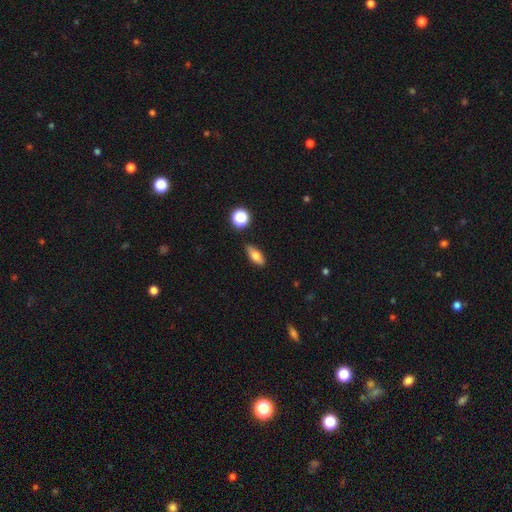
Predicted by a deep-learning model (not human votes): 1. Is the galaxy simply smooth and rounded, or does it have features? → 75% smooth, 16% featured or disk, 9% star or artifact.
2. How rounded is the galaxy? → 78% in between, 16% cigar-shaped, 6% round.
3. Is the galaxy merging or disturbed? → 85% none, 11% minor disturbance, 2% merger, 2% major disturbance.